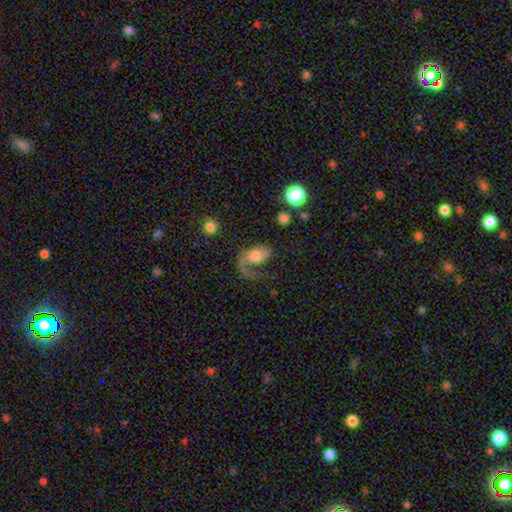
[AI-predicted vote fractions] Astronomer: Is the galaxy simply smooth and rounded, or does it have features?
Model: featured or disk — 69%.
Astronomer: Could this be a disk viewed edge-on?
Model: no — 97%.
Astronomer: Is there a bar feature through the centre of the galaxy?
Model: no — 69%.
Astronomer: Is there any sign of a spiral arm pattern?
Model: yes — 89%.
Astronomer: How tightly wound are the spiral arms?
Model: loose — 56% (runner-up: medium, 32%).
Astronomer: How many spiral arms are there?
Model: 1 — 81%.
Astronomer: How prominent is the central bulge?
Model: moderate — 50%.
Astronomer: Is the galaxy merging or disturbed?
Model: major disturbance — 50% (runner-up: none, 32%).